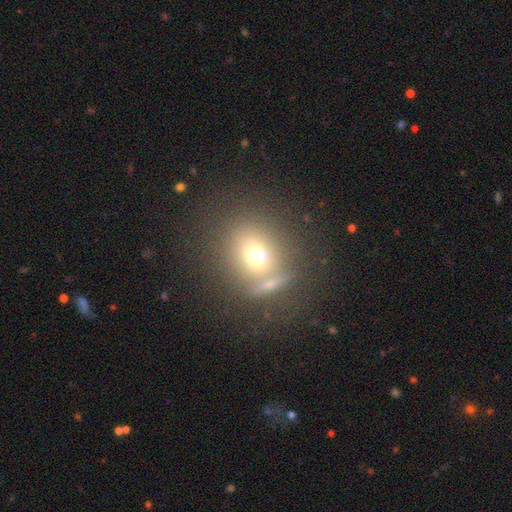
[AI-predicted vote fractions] This is likely a smooth galaxy (66%). How rounded: likely round (74%). Merging: possibly none (58%).